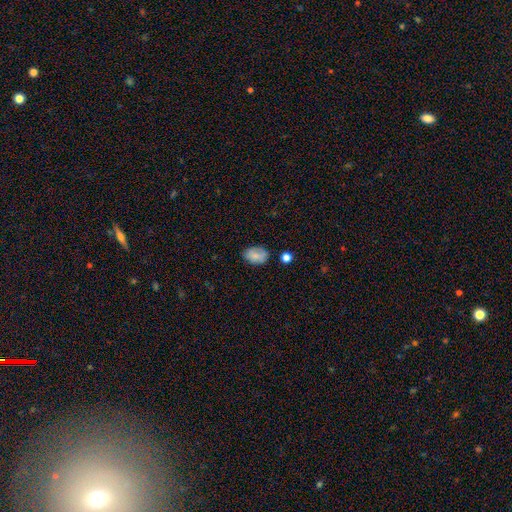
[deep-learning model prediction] The model was most divided on "merging": none: 72%, minor disturbance: 21%, major disturbance: 5%, merger: 3%. More confident: how rounded — in between (85%); smooth or featured — smooth (78%).